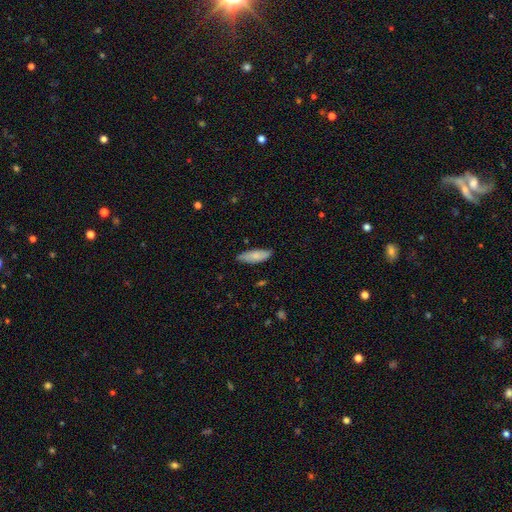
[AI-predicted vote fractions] Smooth or featured: smooth — 77% (featured or disk — 18%)
How rounded: in between — 68% (cigar-shaped — 30%)
Merging: none — 78% (minor disturbance — 18%)